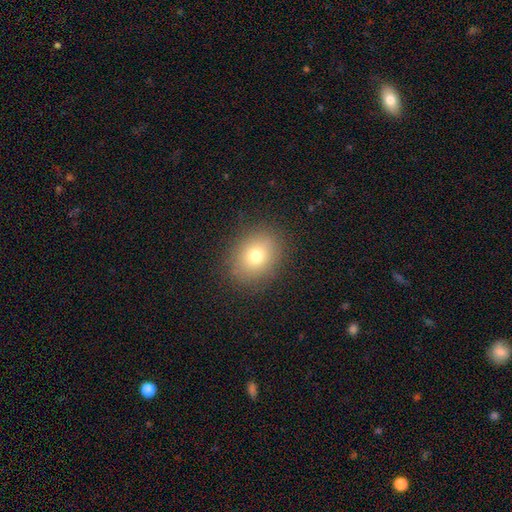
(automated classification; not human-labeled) This is likely a smooth galaxy (75%). How rounded: possibly round (53%). Merging: clearly none (86%).